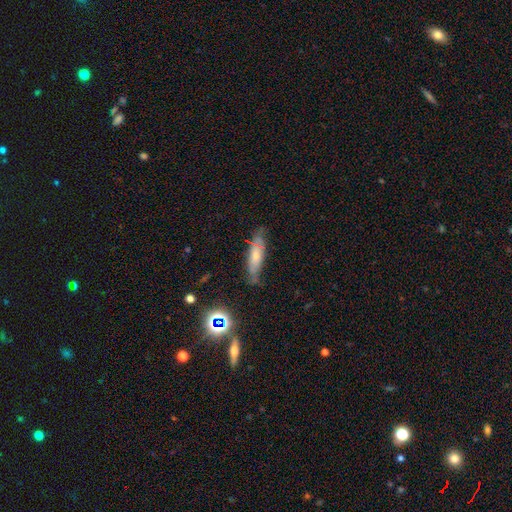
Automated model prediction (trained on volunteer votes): smooth-or-featured: smooth: 50% | featured or disk: 40% | star or artifact: 11%
  merging: none: 60% | minor disturbance: 28% | major disturbance: 8% | merger: 4%